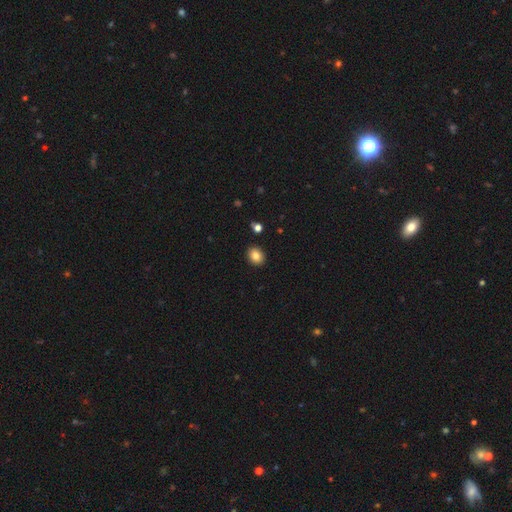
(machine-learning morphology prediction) Smooth or featured? Predicted: smooth (p=0.84). How rounded? Predicted: round (p=0.56). Merging? Predicted: none (p=0.91).